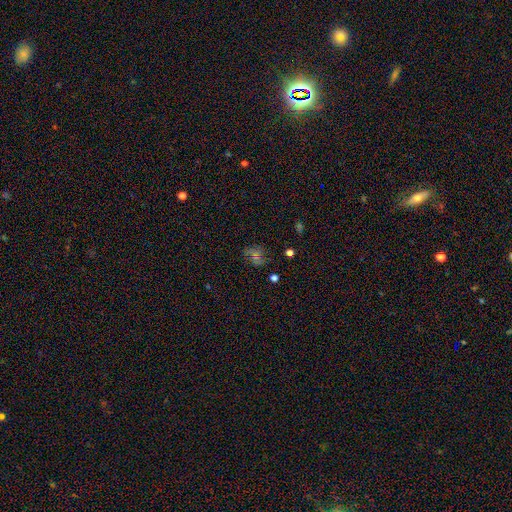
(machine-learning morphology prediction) smooth-or-featured: featured or disk: 43% | star or artifact: 30% | smooth: 27%
  merging: none: 56% | major disturbance: 20% | minor disturbance: 19% | merger: 5%